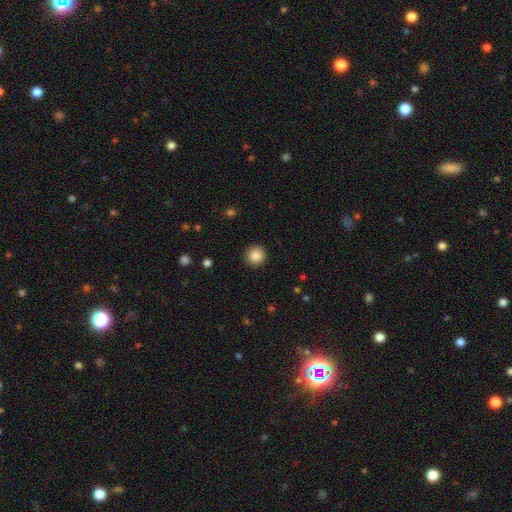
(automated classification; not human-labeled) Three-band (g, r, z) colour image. It shows a smooth galaxy with no disk features (87%) that is round (94%). Merging: none (92%).